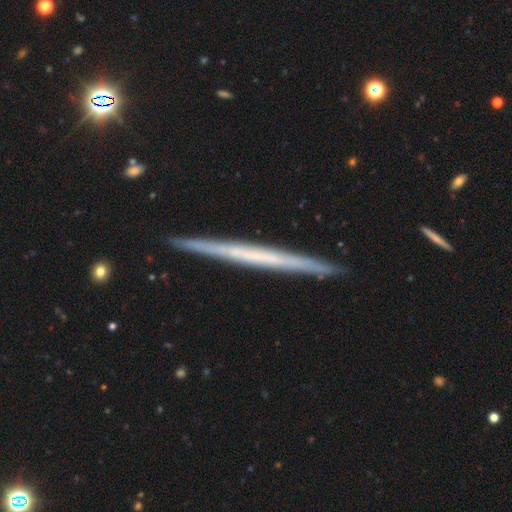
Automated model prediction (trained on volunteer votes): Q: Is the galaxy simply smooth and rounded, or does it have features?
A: featured or disk — 63%.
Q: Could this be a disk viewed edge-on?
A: yes — 97%.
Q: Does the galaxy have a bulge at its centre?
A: none — 90%.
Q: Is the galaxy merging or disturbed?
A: none — 91%.